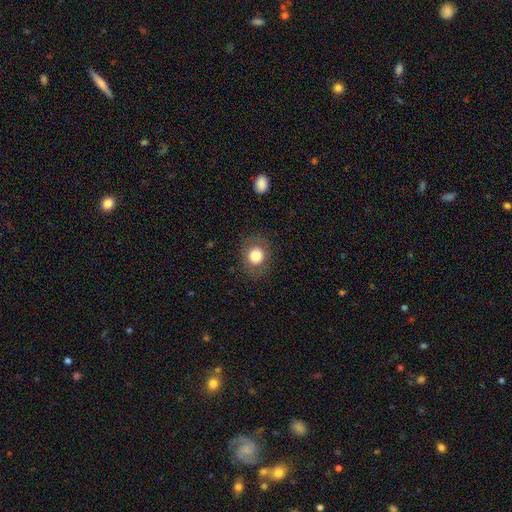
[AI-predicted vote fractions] Q: Smooth or featured?
A: smooth (80%); runner-up: featured or disk (11%)
Q: How rounded?
A: round (77%); runner-up: in between (22%)
Q: Merging?
A: none (84%); runner-up: minor disturbance (10%)